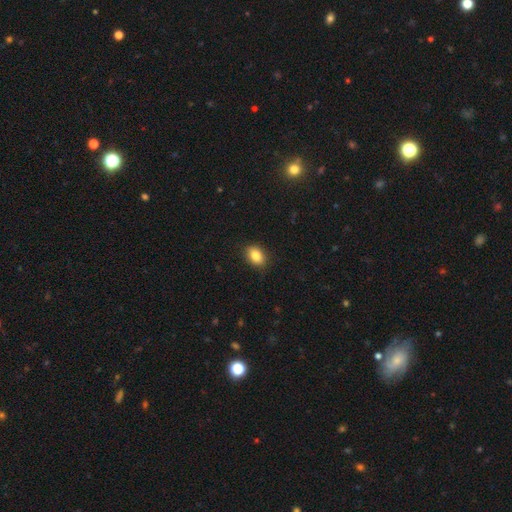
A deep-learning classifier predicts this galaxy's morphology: Smooth or featured: smooth — 85% (star or artifact — 9%)
How rounded: in between — 77% (round — 22%)
Merging: none — 89% (minor disturbance — 8%)